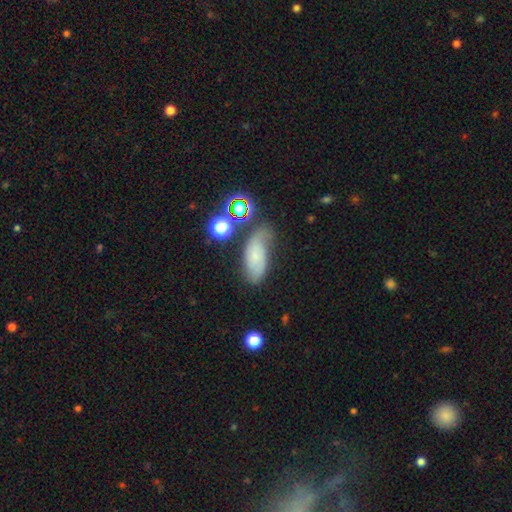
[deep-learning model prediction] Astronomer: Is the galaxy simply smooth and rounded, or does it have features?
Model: smooth — 50% (runner-up: featured or disk, 35%).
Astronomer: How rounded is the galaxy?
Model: in between — 83%.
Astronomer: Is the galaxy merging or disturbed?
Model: none — 45% (runner-up: minor disturbance, 30%).